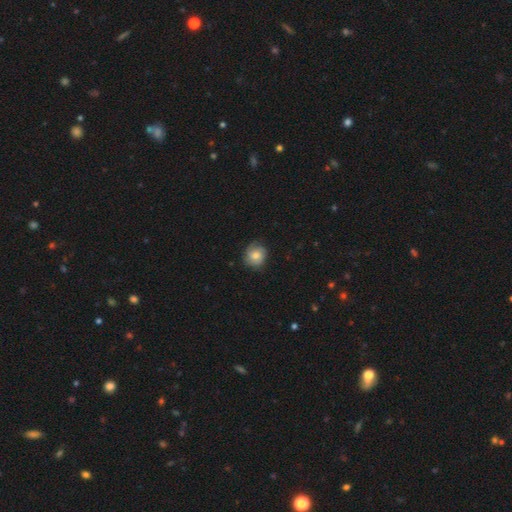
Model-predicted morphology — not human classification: smooth-or-featured: smooth: 67% | featured or disk: 25% | star or artifact: 8%
  how-rounded: round: 82% | in between: 17% | cigar-shaped: 1%
  merging: none: 74% | minor disturbance: 20% | major disturbance: 5% | merger: 1%